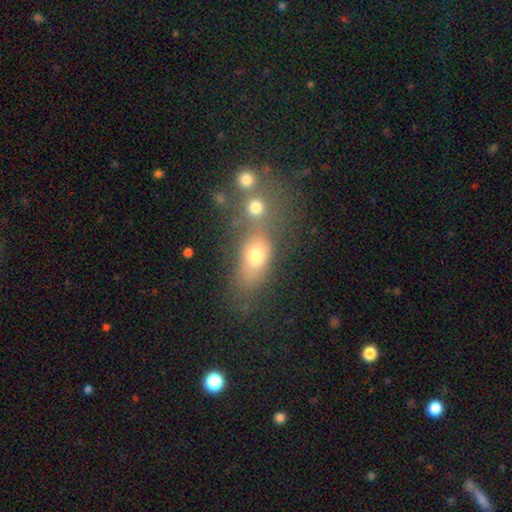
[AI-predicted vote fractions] Smooth or featured?
  - smooth: 66% *
  - featured or disk: 19%
  - star or artifact: 15%
How rounded?
  - in between: 67% *
  - round: 24%
  - cigar-shaped: 9%
Merging?
  - merger: 40% *
  - none: 38%
  - minor disturbance: 13%
  - major disturbance: 9%